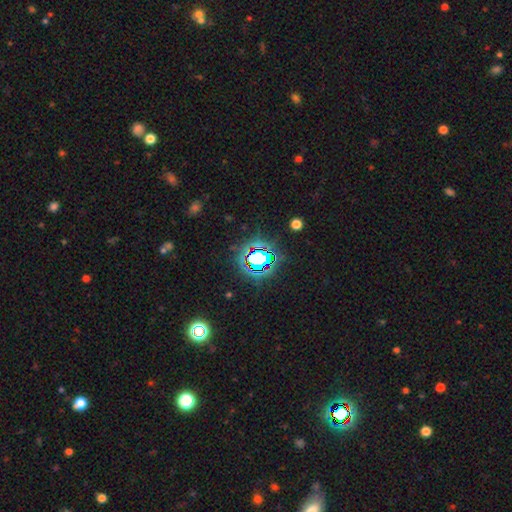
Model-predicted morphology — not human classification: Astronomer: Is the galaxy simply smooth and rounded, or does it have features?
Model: star or artifact — 78%.